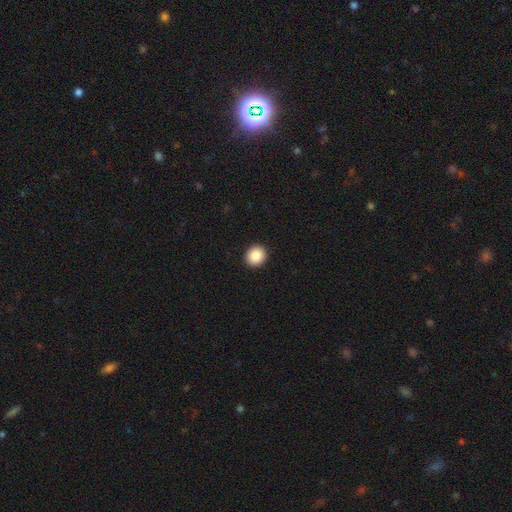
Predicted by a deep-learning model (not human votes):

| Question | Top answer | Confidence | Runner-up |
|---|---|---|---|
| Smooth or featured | smooth | 88% | star or artifact (8%) |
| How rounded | round | 84% | in between (15%) |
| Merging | none | 93% | minor disturbance (5%) |